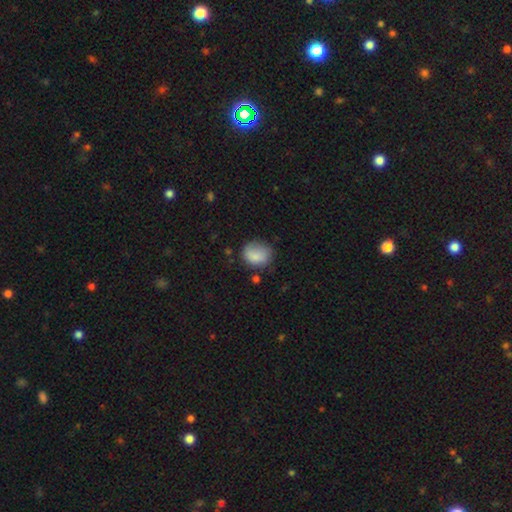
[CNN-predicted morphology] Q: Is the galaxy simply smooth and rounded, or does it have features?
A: smooth — 83%.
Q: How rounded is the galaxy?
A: round — 52%.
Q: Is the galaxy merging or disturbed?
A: none — 61%.